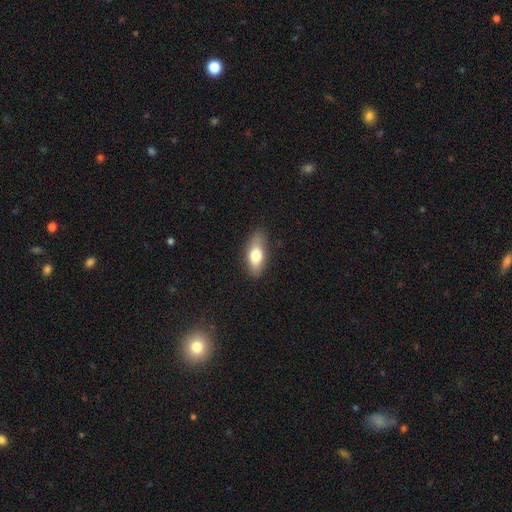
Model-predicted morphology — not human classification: Overall: smooth (70%). How rounded: in between (74%). Merging: none (83%).